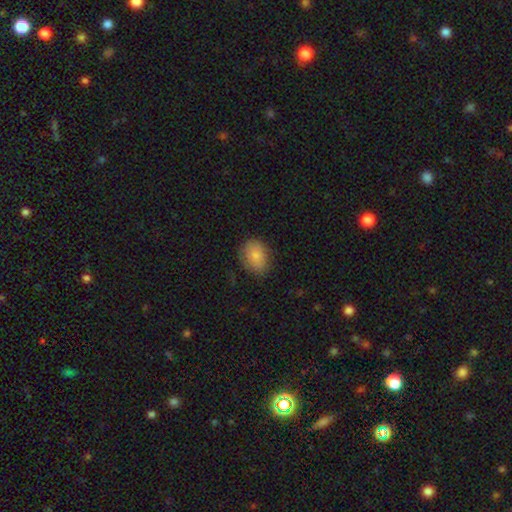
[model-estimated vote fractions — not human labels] Morphology: type=smooth (82%); roundness=in between (66%); merging=none (76%).